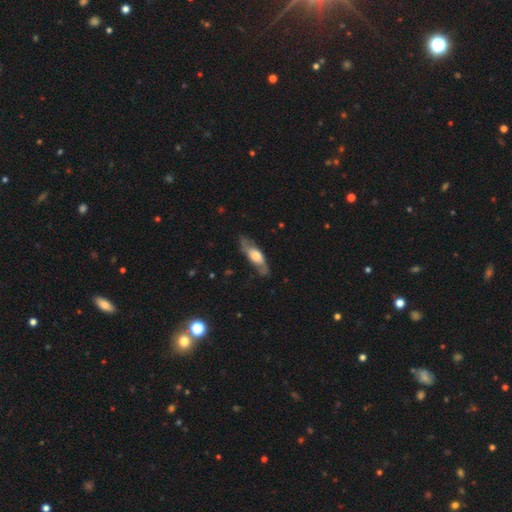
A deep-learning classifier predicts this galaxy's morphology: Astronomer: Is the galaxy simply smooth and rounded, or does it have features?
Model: featured or disk — 63%.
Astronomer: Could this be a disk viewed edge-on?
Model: no — 61% (runner-up: yes, 39%).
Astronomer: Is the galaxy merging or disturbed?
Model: none — 74%.